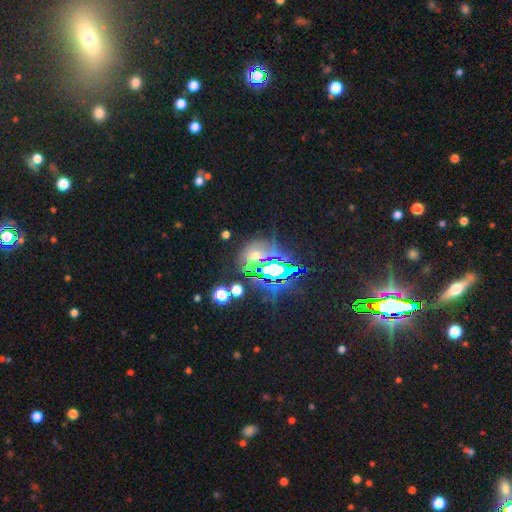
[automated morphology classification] A star or artifact, not a galaxy (64%).